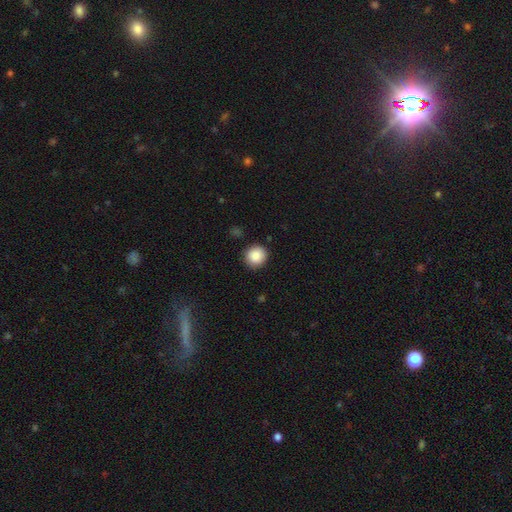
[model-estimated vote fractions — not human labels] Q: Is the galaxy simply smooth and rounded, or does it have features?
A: smooth — 88%.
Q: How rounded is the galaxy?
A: round — 93%.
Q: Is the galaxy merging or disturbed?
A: none — 90%.